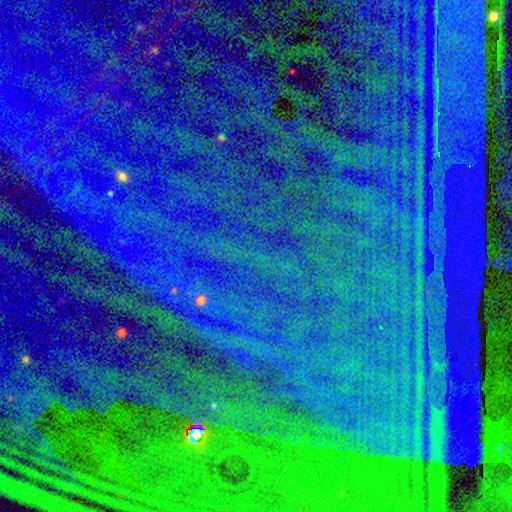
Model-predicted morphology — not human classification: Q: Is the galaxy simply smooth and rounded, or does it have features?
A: star or artifact — 86%.